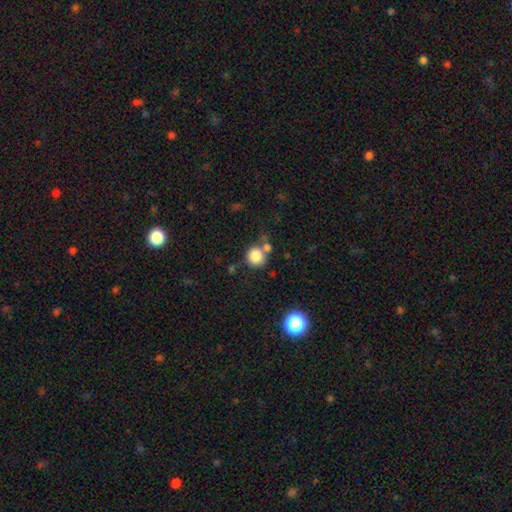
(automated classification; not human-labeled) A smooth galaxy with no disk features (83%) that is round (89%).

Vote fractions:
- Smooth or featured? smooth: 83% / star or artifact: 10% / featured or disk: 6%
- How rounded? round: 89% / in between: 10% / cigar-shaped: 1%
- Merging? none: 63% / merger: 21% / minor disturbance: 12% / major disturbance: 4%